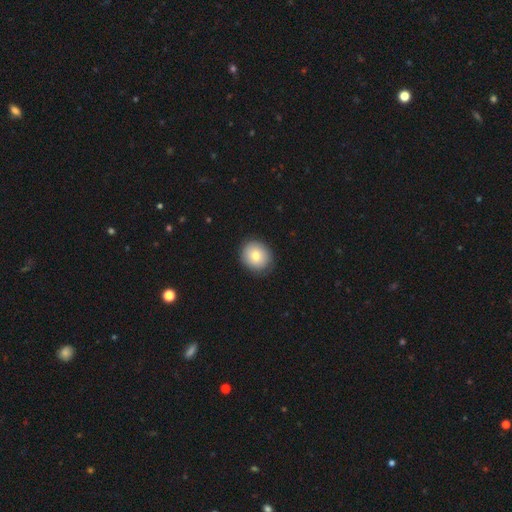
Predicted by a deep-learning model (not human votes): Overall: smooth (77%). How rounded: round (81%). Merging: none (86%).